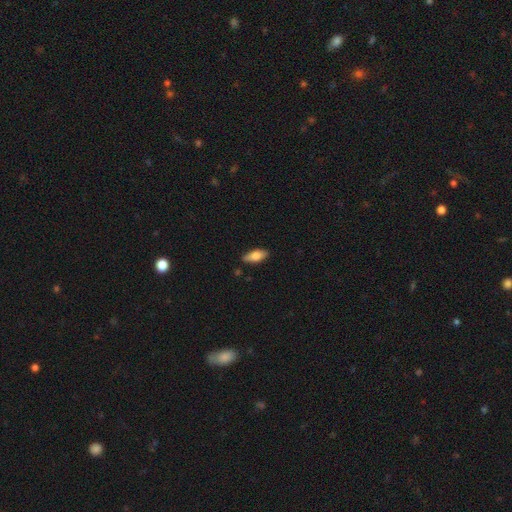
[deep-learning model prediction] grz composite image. It shows a smooth galaxy with no disk features (71%) that is in between round and cigar-shaped (79%). Merging: none (85%).